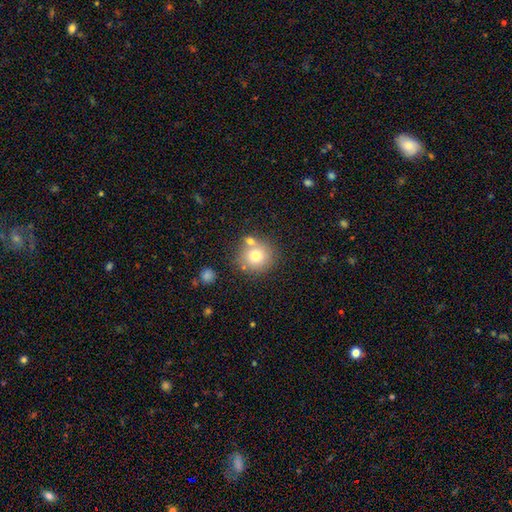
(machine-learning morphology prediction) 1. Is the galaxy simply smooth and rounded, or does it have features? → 74% smooth, 14% featured or disk, 11% star or artifact.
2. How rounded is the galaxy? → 90% round, 9% in between, 1% cigar-shaped.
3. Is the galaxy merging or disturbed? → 66% none, 20% merger, 10% minor disturbance, 3% major disturbance.